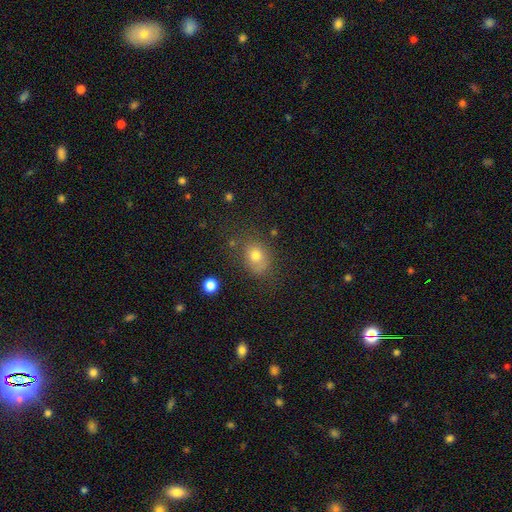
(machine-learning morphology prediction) Smooth or featured?
  - smooth: 74% *
  - star or artifact: 13%
  - featured or disk: 12%
How rounded?
  - in between: 50% *
  - round: 49%
  - cigar-shaped: 1%
Merging?
  - none: 62% *
  - minor disturbance: 23%
  - major disturbance: 10%
  - merger: 6%